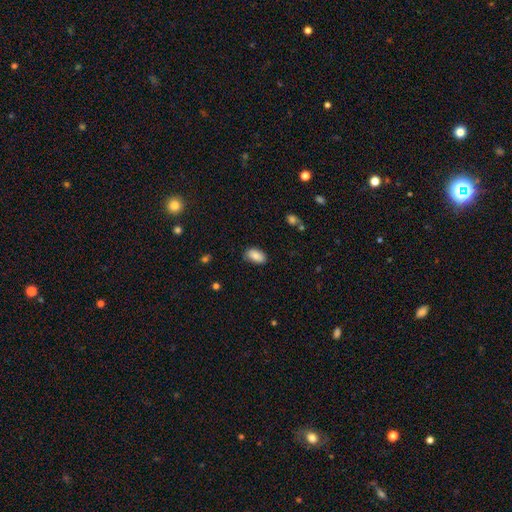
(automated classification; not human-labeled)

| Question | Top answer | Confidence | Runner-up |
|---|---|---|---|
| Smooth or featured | smooth | 86% | star or artifact (8%) |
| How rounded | in between | 93% | round (5%) |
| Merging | none | 78% | minor disturbance (17%) |